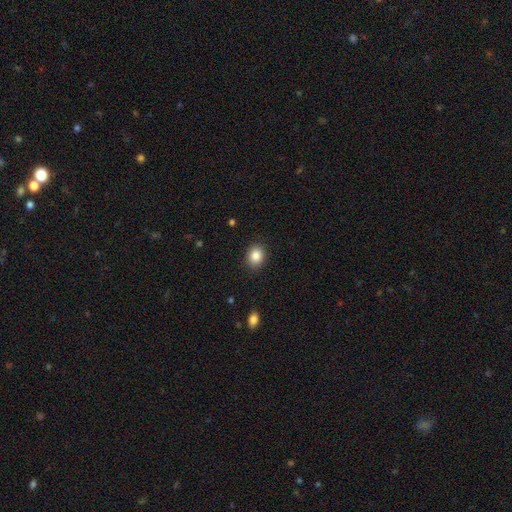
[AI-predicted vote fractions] This appears to be a smooth galaxy with no disk features (85%) that is round (56%). Merging: none (89%).